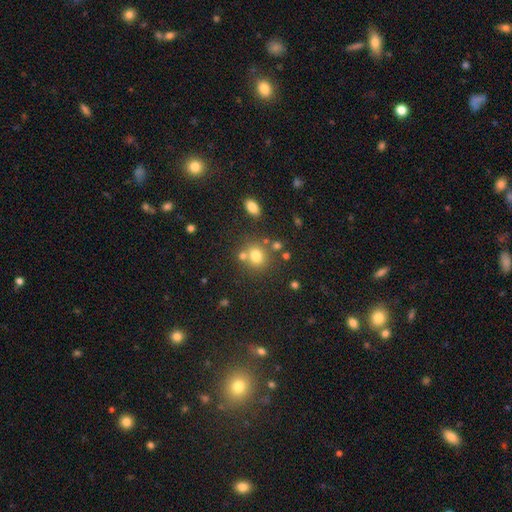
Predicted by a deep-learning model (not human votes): Smooth or featured?
  - smooth: 75% *
  - star or artifact: 15%
  - featured or disk: 10%
How rounded?
  - round: 76% *
  - in between: 23%
  - cigar-shaped: 1%
Merging?
  - none: 64% *
  - merger: 21%
  - minor disturbance: 11%
  - major disturbance: 4%